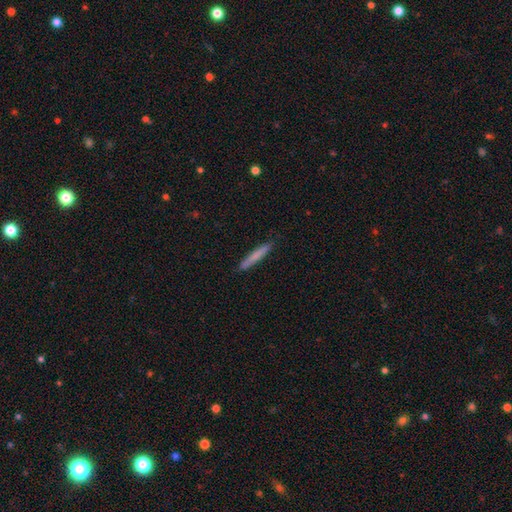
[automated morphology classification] Overall: smooth (73%). How rounded: cigar-shaped (95%). Merging: none (88%).